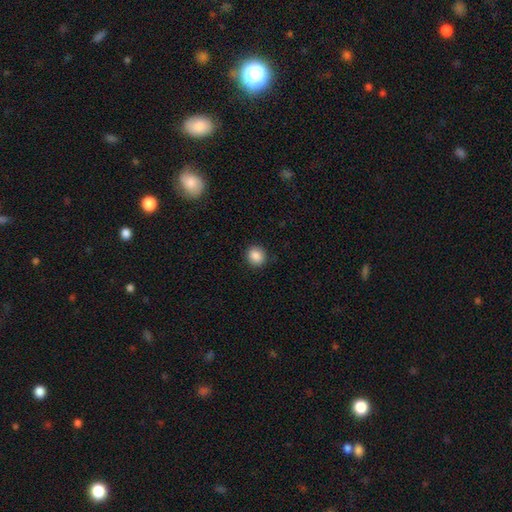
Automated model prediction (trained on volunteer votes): smooth 88%, star or artifact 9%, featured or disk 3%. Down the decision tree: how rounded — round (84%); merging — none (90%).